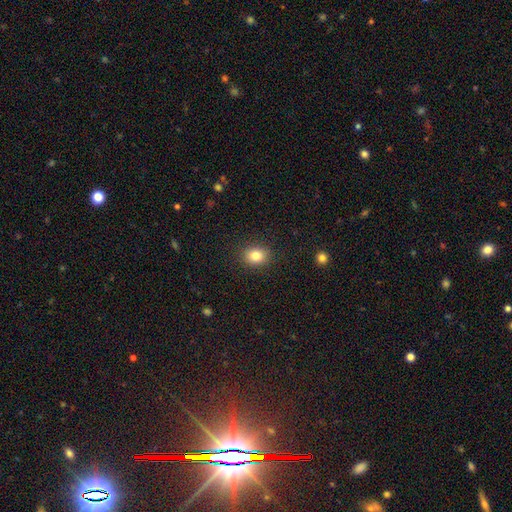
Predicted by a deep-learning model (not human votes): Smooth or featured: smooth — 83% (star or artifact — 10%)
How rounded: round — 55% (in between — 44%)
Merging: none — 89% (minor disturbance — 8%)